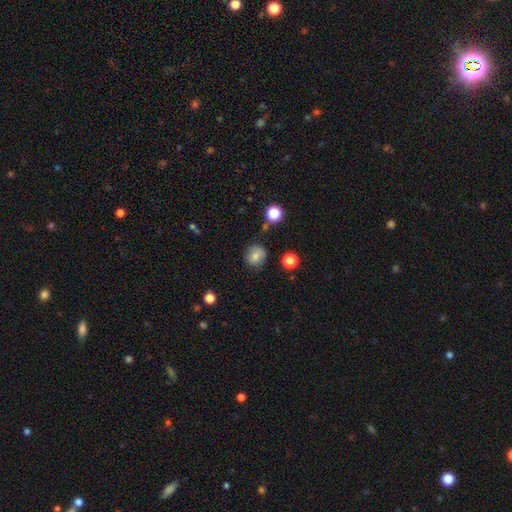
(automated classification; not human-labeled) smooth 76%, featured or disk 12%, star or artifact 12%. Down the decision tree: how rounded — round (79%); merging — none (78%).